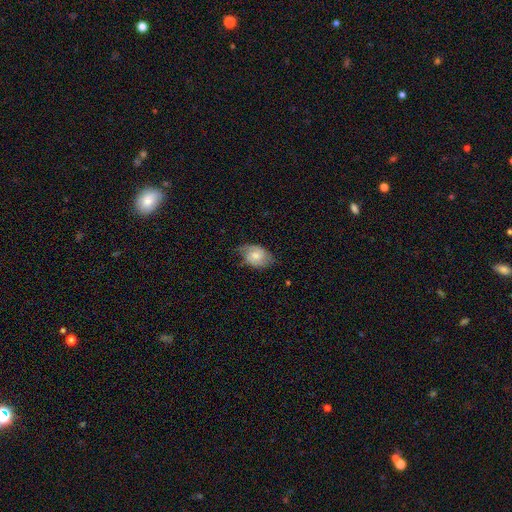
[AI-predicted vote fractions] A smooth galaxy with no disk features (51%) that is in between round and cigar-shaped (76%).

Vote fractions:
- Smooth or featured? smooth: 51% / featured or disk: 41% / star or artifact: 7%
- How rounded? in between: 76% / round: 22% / cigar-shaped: 1%
- Merging? none: 60% / minor disturbance: 30% / major disturbance: 9% / merger: 1%